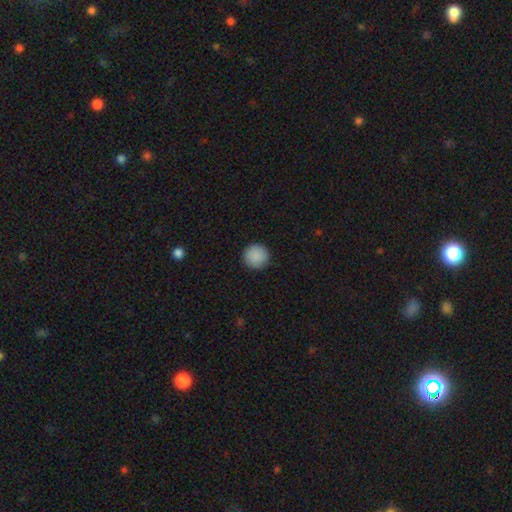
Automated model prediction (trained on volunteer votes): smooth-or-featured: smooth: 90% | star or artifact: 7% | featured or disk: 3%
  how-rounded: round: 96% | in between: 3% | cigar-shaped: 1%
  merging: none: 92% | minor disturbance: 5% | major disturbance: 2% | merger: 1%